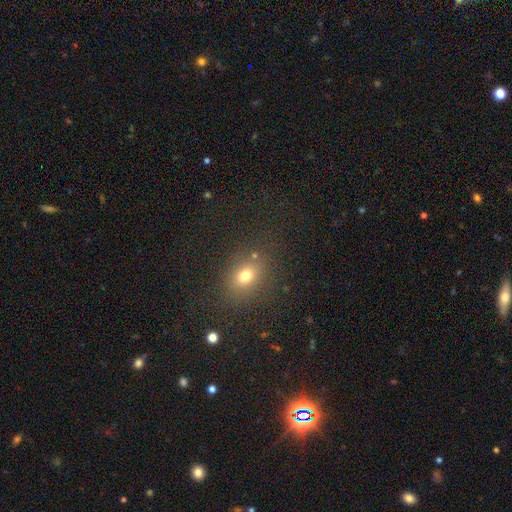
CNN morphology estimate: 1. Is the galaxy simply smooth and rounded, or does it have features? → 60% smooth, 30% star or artifact, 10% featured or disk.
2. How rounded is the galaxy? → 56% round, 42% in between, 2% cigar-shaped.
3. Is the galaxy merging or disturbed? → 81% none, 11% minor disturbance, 5% major disturbance, 4% merger.